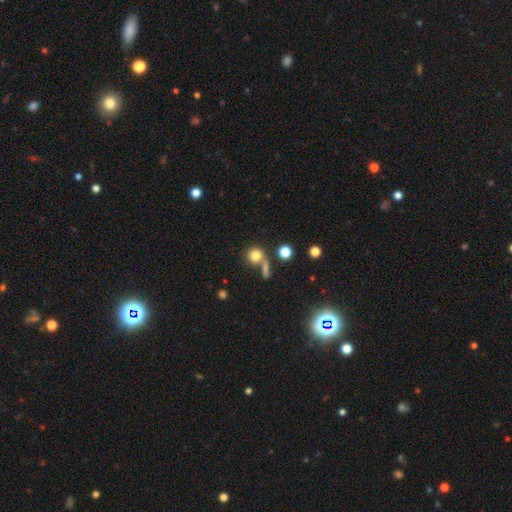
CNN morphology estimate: A smooth galaxy with no disk features (78%) that is round (87%).

Vote fractions:
- Smooth or featured? smooth: 78% / star or artifact: 12% / featured or disk: 10%
- How rounded? round: 87% / in between: 12% / cigar-shaped: 2%
- Merging? none: 58% / merger: 24% / minor disturbance: 10% / major disturbance: 8%